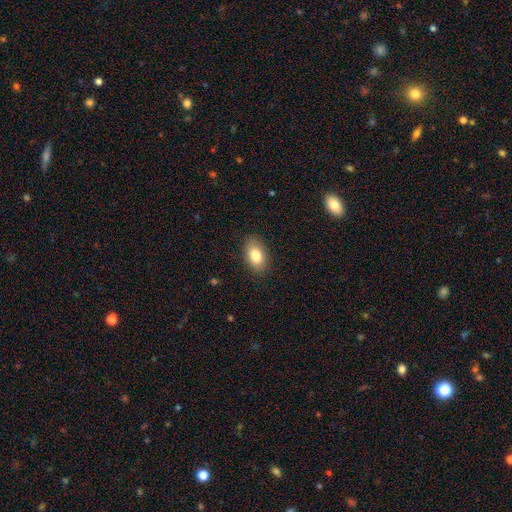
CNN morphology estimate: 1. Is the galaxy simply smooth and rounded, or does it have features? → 82% smooth, 11% featured or disk, 8% star or artifact.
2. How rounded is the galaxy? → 90% in between, 8% round, 2% cigar-shaped.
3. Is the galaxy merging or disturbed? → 87% none, 10% minor disturbance, 2% major disturbance, 1% merger.